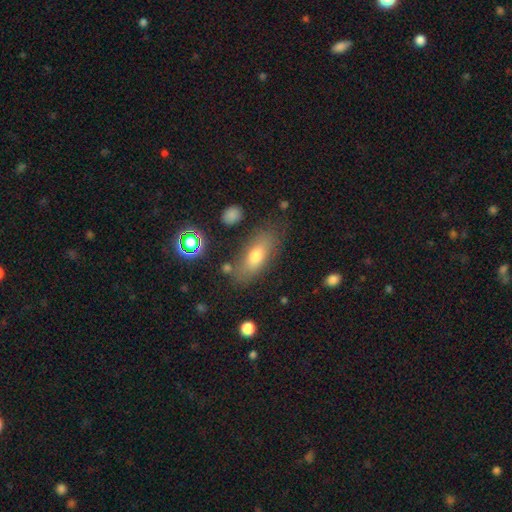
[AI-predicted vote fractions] smooth 69%, featured or disk 20%, star or artifact 10%. Down the decision tree: how rounded — in between (76%); merging — none (72%).